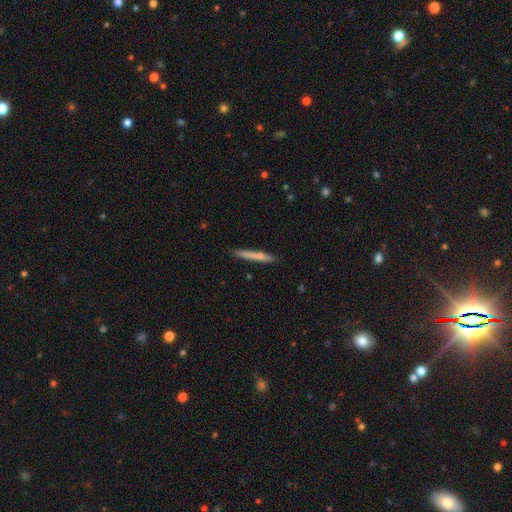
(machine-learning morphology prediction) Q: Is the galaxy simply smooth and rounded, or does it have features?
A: smooth — 60%.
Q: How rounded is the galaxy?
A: cigar-shaped — 95%.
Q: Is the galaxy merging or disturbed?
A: none — 82%.